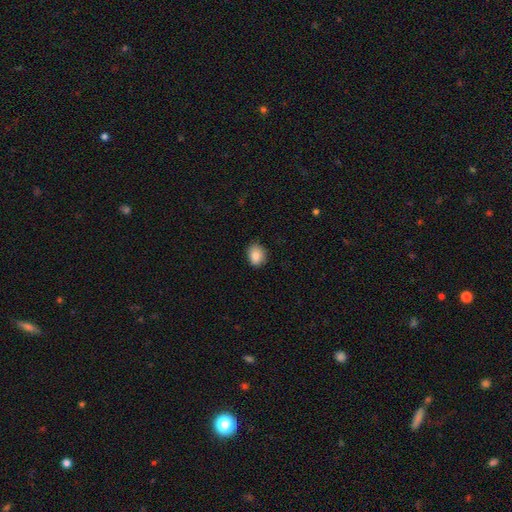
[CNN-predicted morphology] Overall: smooth (88%). How rounded: in between (52%; round 47%). Merging: none (82%).